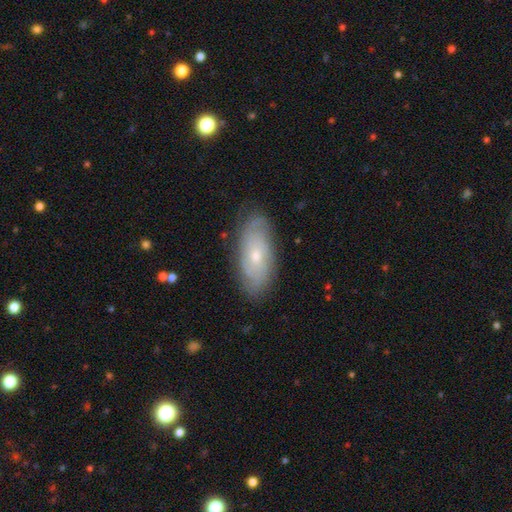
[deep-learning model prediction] Overall: featured or disk (61%; smooth 32%). Edge-on disk: no (88%). Bar: no (79%). Spiral arms: yes (80%). Bulge size: small (56%; moderate 41%). Merging: none (79%).